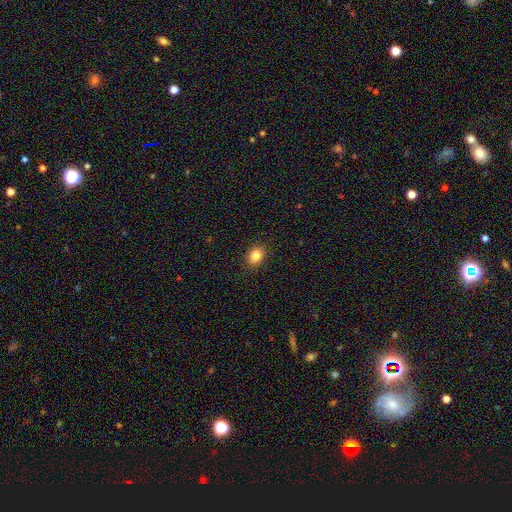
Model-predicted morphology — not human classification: type=smooth (84%); roundness=in between (54%); merging=none (89%).